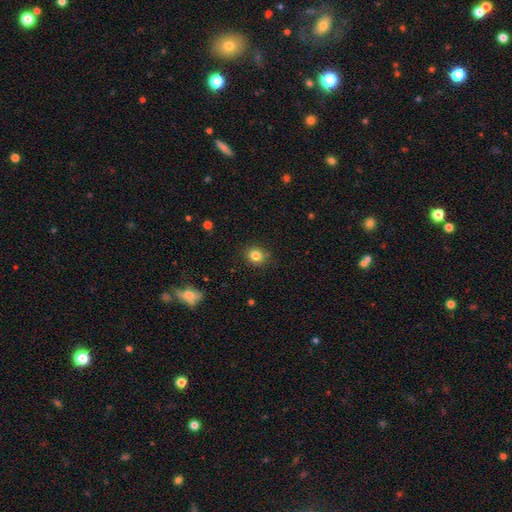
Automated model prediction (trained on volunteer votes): This is clearly a smooth galaxy (84%). How rounded: clearly round (80%). Merging: clearly none (85%).